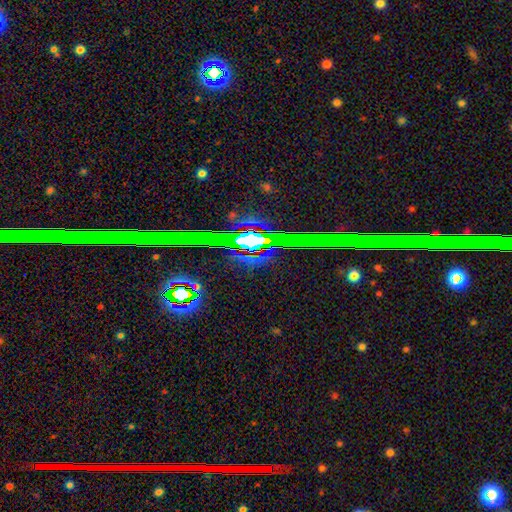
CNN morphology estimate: Smooth or featured: star or artifact — 75% (featured or disk — 16%)